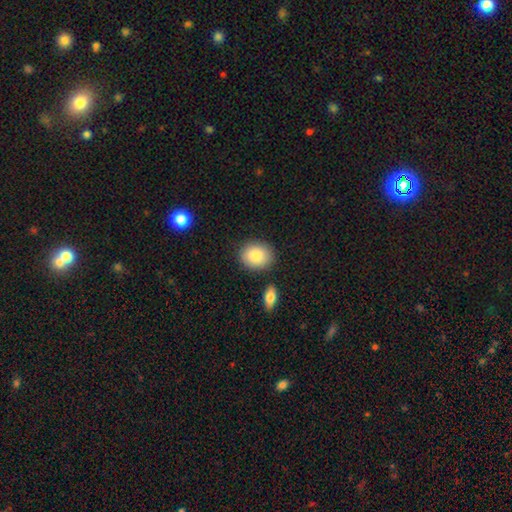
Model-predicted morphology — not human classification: smooth_or_featured: smooth (p=0.87) [alt: star or artifact p=0.07]
how_rounded: round (p=0.55) [alt: in between p=0.44]
merging: none (p=0.83) [alt: minor disturbance p=0.09]